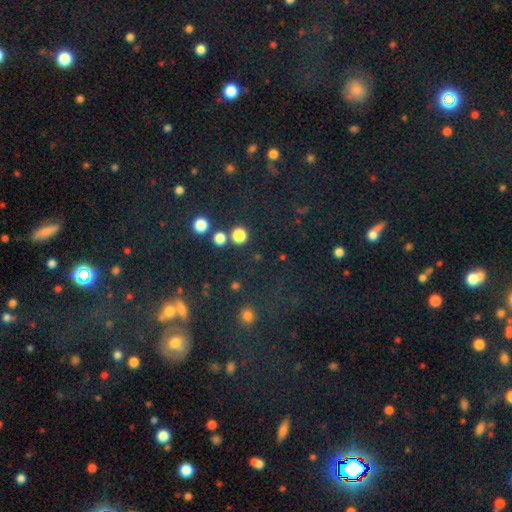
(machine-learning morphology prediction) Smooth or featured: star or artifact — 62% (smooth — 28%)